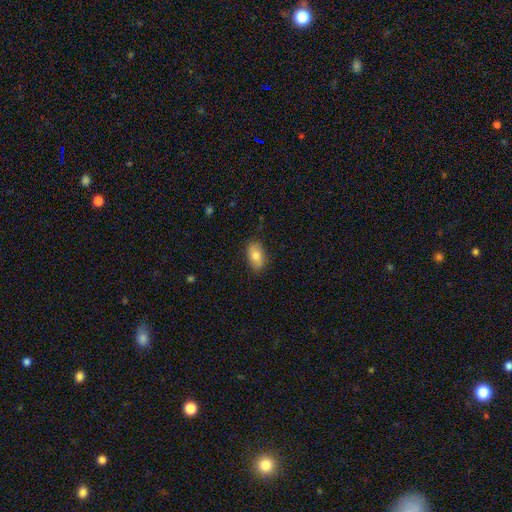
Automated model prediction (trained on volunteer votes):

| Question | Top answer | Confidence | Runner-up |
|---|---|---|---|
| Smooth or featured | smooth | 80% | featured or disk (13%) |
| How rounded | in between | 91% | round (8%) |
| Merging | none | 84% | minor disturbance (13%) |